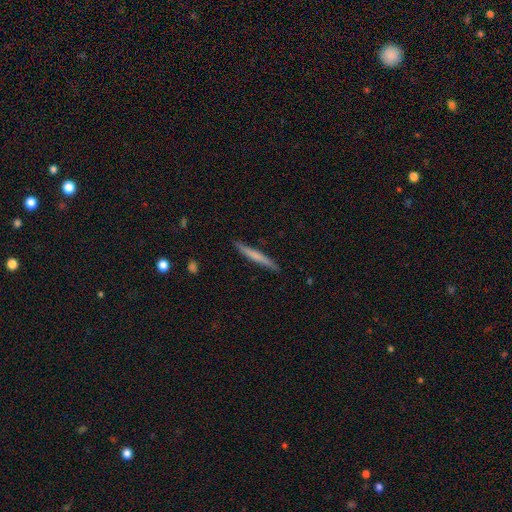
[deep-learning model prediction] smooth-or-featured: smooth: 60% | featured or disk: 35% | star or artifact: 5%
  how-rounded: cigar-shaped: 96% | in between: 2% | round: 1%
  merging: none: 89% | minor disturbance: 9% | major disturbance: 2% | merger: 1%